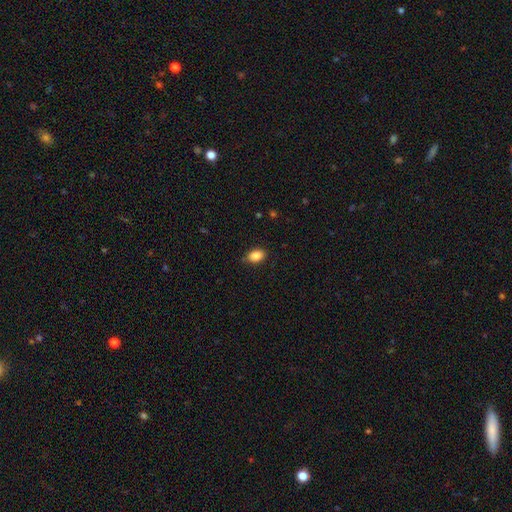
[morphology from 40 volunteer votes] Q: Smooth or featured?
A: smooth (88%); runner-up: star or artifact (10%)
Q: How rounded?
A: in between (89%); runner-up: round (9%)
Q: Merging?
A: none (86%); runner-up: minor disturbance (14%)